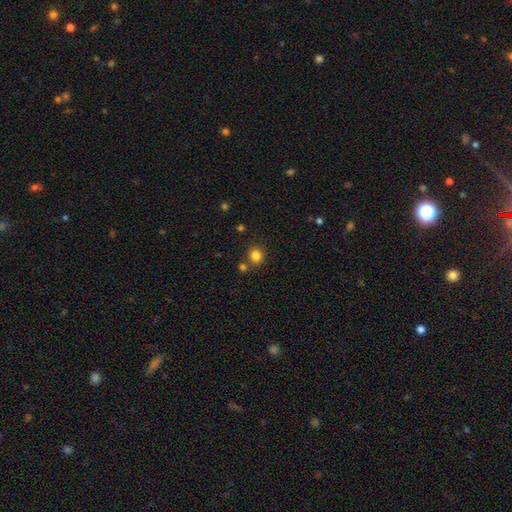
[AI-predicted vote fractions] This appears to be a smooth galaxy with no disk features (82%) that is round (89%). Merging: none (78%).